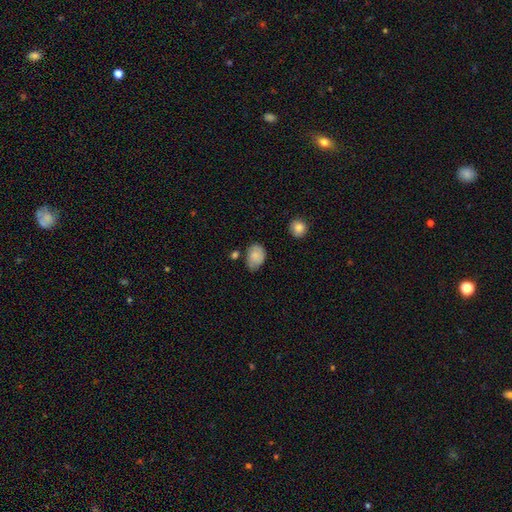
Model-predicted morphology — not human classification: The model was most divided on "merging": none: 50%, minor disturbance: 37%, major disturbance: 8%, merger: 5%. More confident: smooth or featured — smooth (82%); how rounded — in between (76%).